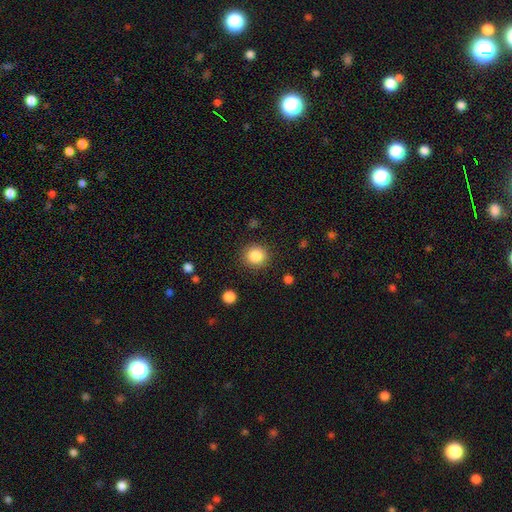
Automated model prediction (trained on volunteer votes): smooth-or-featured: smooth: 85% | star or artifact: 10% | featured or disk: 5%
  how-rounded: round: 90% | in between: 9% | cigar-shaped: 1%
  merging: none: 89% | minor disturbance: 7% | major disturbance: 3% | merger: 1%